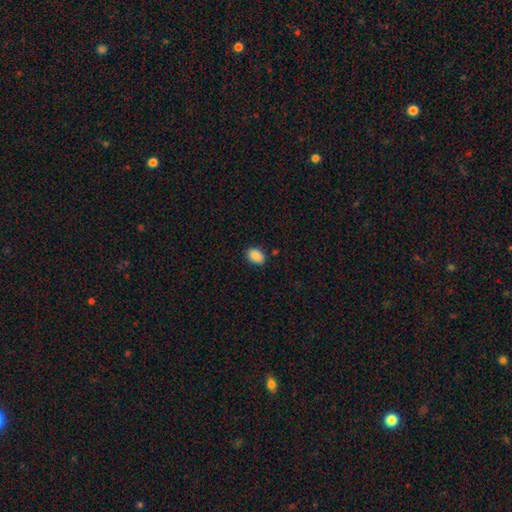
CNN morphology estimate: The model was most divided on "how rounded": in between: 82%, round: 17%, cigar-shaped: 1%. More confident: smooth or featured — smooth (89%); merging — none (81%).